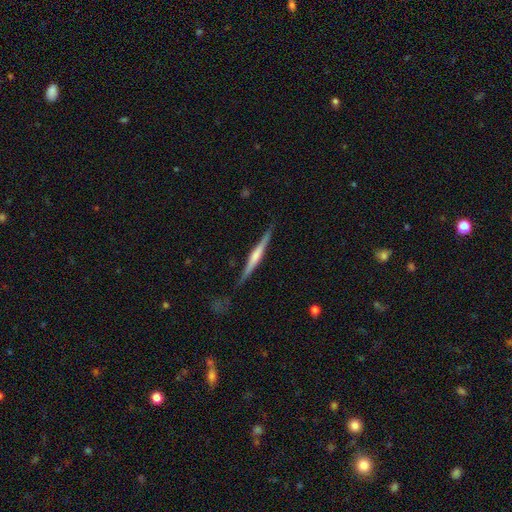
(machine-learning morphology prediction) This is likely a featured or disk galaxy (65%). It is clearly viewed edge-on (98%). Edge-on bulge: possibly rounded (53%). Merging: clearly none (83%).